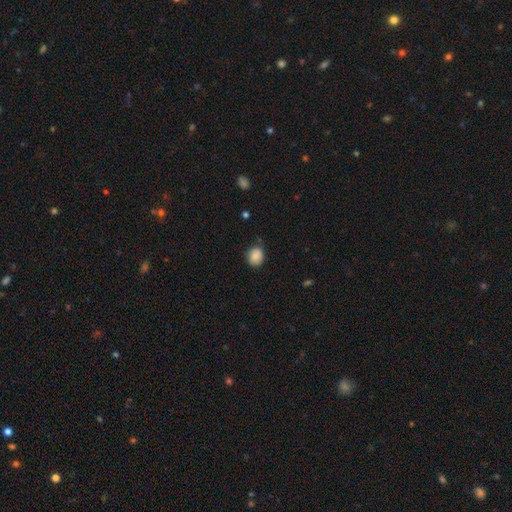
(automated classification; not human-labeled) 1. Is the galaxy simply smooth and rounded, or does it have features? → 85% smooth, 9% star or artifact, 7% featured or disk.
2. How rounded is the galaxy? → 63% round, 36% in between, 1% cigar-shaped.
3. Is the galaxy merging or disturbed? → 71% none, 23% minor disturbance, 4% major disturbance, 2% merger.